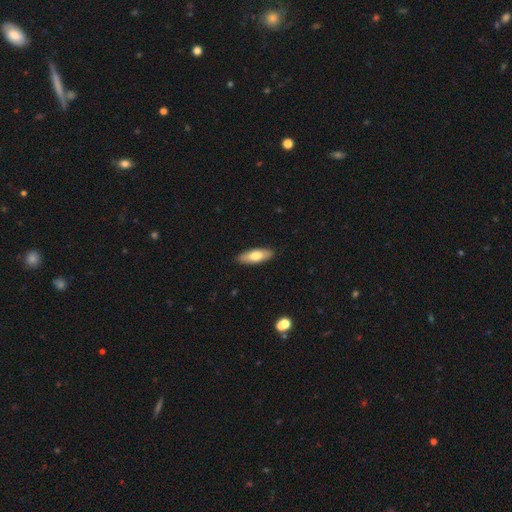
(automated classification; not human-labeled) smooth_or_featured: smooth (p=0.73) [alt: featured or disk p=0.21]
how_rounded: in between (p=0.69) [alt: cigar-shaped p=0.29]
merging: none (p=0.89) [alt: minor disturbance p=0.08]